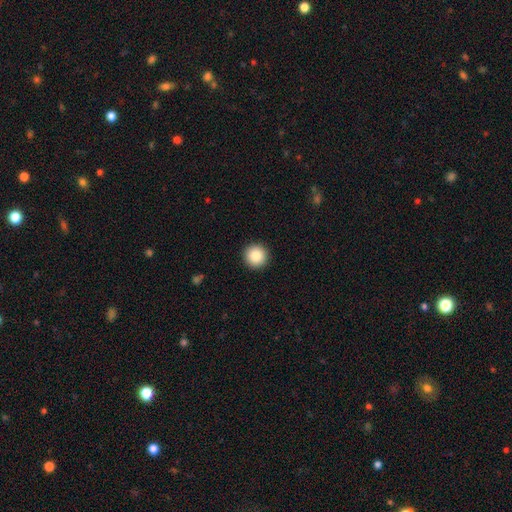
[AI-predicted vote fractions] This appears to be a smooth galaxy with no disk features (88%) that is round (96%). Merging: none (93%).